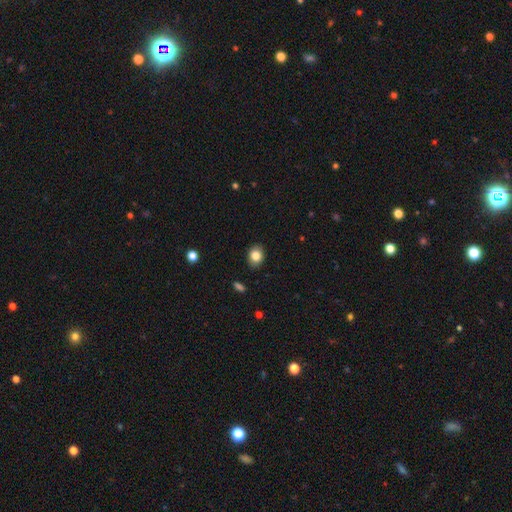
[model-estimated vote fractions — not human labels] Smooth or featured?
  - smooth: 83% *
  - star or artifact: 9%
  - featured or disk: 8%
How rounded?
  - in between: 56% *
  - round: 43%
  - cigar-shaped: 1%
Merging?
  - none: 88% *
  - minor disturbance: 9%
  - major disturbance: 2%
  - merger: 1%